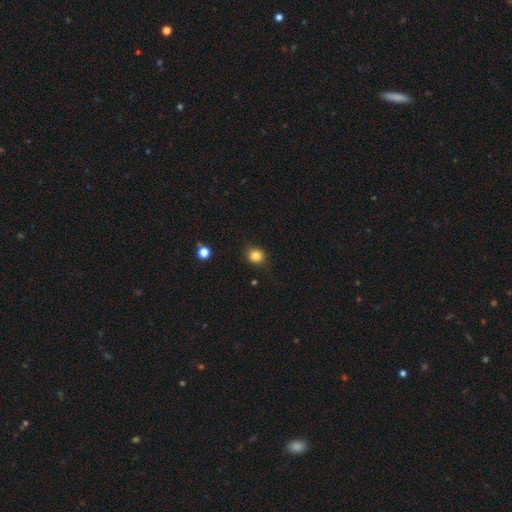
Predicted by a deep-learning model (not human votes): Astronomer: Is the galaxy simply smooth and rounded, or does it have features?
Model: smooth — 84%.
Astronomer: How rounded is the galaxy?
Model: round — 83%.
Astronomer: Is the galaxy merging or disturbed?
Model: none — 88%.